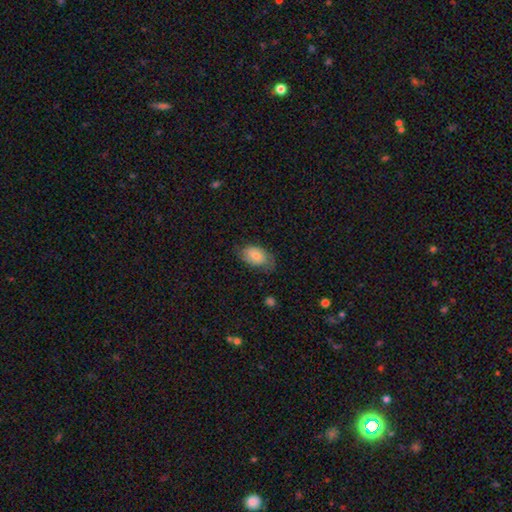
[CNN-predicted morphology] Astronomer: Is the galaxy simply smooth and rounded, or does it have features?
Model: smooth — 68%.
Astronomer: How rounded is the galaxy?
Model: in between — 90%.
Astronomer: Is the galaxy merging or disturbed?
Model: none — 61%.